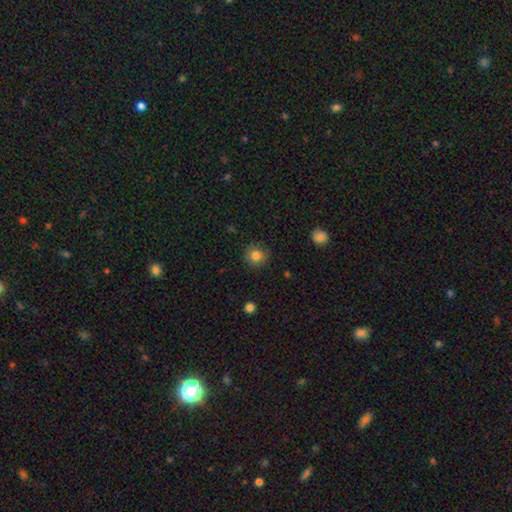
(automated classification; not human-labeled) A smooth galaxy with no disk features (82%) that is round (91%). Merging: none (85%).